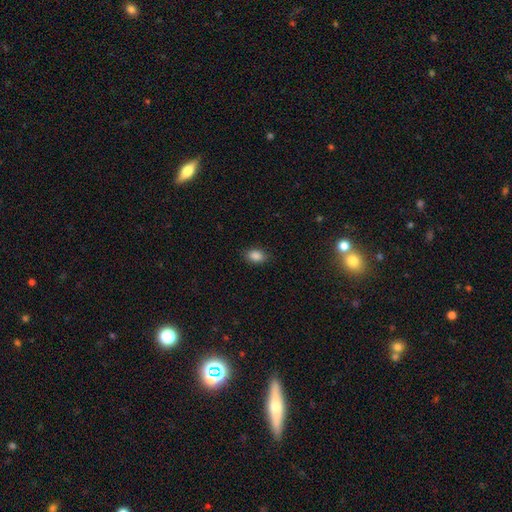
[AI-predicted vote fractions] Q: Smooth or featured?
A: smooth (87%); runner-up: star or artifact (9%)
Q: How rounded?
A: in between (84%); runner-up: round (15%)
Q: Merging?
A: none (86%); runner-up: minor disturbance (10%)